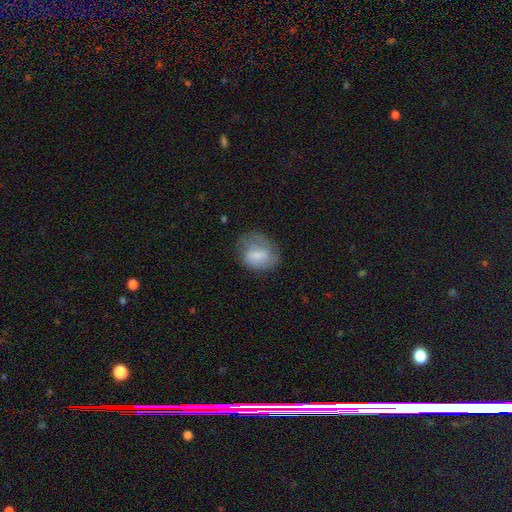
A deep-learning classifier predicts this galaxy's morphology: Smooth or featured? smooth (63%)
How rounded? in between (61%)
Merging? none (54%)